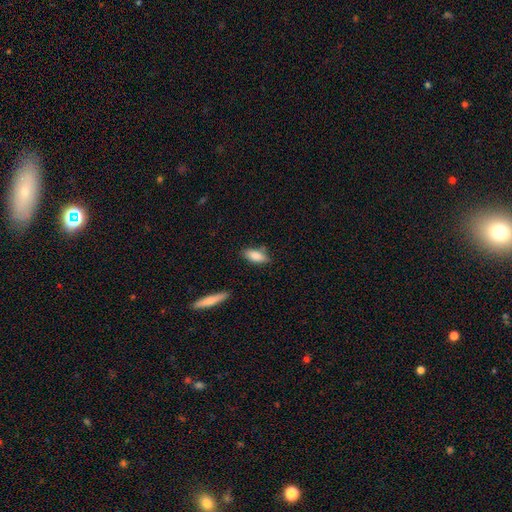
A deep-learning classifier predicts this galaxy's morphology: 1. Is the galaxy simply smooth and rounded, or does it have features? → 83% smooth, 11% featured or disk, 7% star or artifact.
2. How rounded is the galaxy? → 78% in between, 20% cigar-shaped, 2% round.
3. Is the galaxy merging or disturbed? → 75% none, 16% minor disturbance, 6% merger, 3% major disturbance.